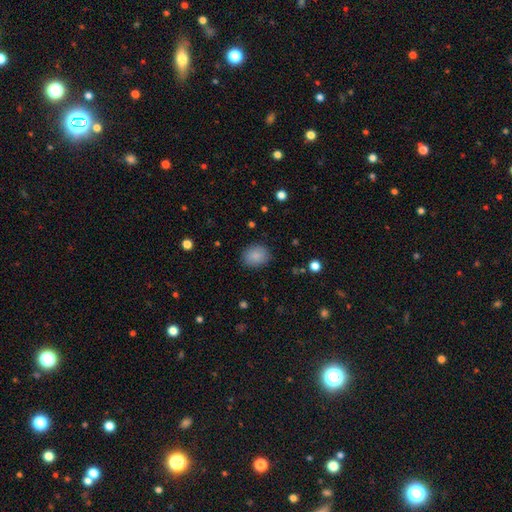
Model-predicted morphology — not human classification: smooth-or-featured: smooth: 87% | star or artifact: 8% | featured or disk: 5%
  how-rounded: round: 50% | in between: 49% | cigar-shaped: 1%
  merging: none: 85% | minor disturbance: 11% | major disturbance: 3% | merger: 1%